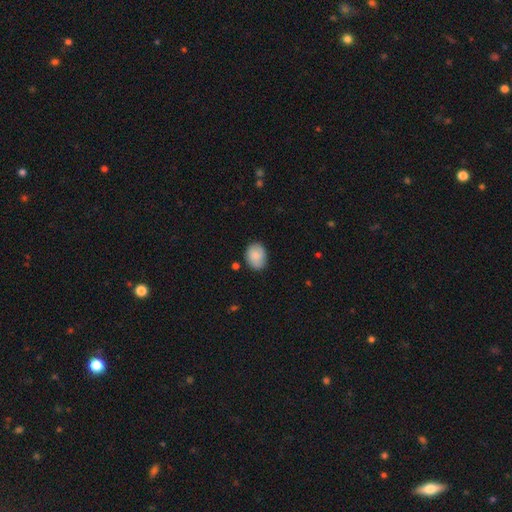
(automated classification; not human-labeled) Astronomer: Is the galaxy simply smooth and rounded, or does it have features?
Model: smooth — 83%.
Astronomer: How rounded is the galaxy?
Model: in between — 61% (runner-up: round, 38%).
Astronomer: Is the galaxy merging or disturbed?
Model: none — 79%.